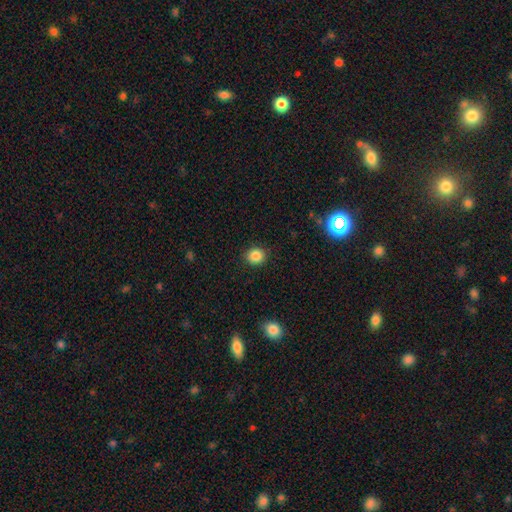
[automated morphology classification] A smooth galaxy with no disk features (85%) that is round (83%). Merging: none (90%).